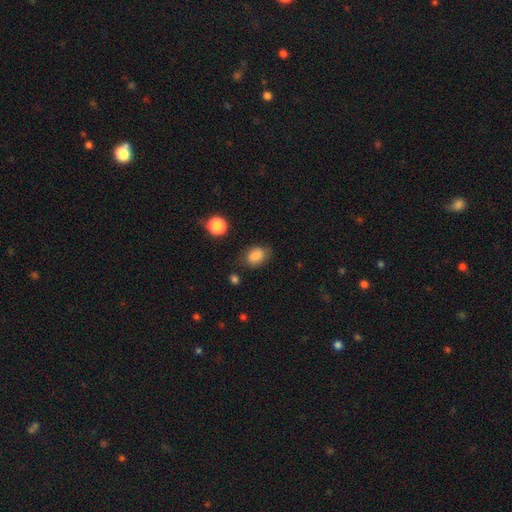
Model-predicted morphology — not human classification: Smooth or featured?
  - smooth: 84% *
  - star or artifact: 9%
  - featured or disk: 6%
How rounded?
  - in between: 70% *
  - round: 29%
  - cigar-shaped: 1%
Merging?
  - none: 70% *
  - minor disturbance: 21%
  - major disturbance: 6%
  - merger: 3%